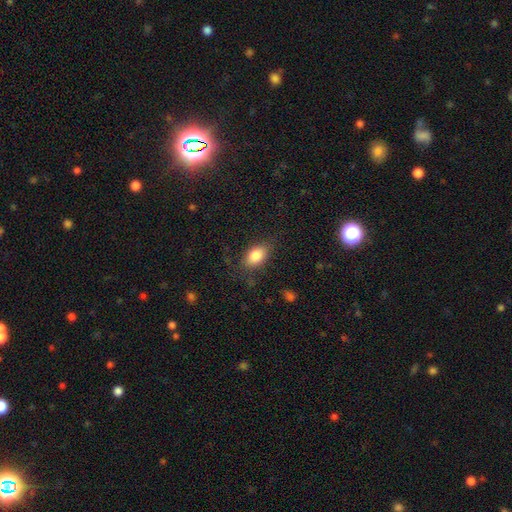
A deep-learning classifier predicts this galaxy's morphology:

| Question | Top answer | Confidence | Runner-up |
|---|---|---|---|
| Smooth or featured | smooth | 83% | featured or disk (9%) |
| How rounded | in between | 87% | round (11%) |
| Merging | none | 77% | minor disturbance (16%) |